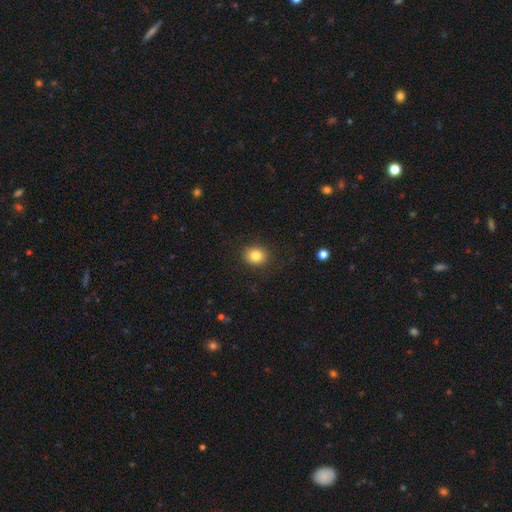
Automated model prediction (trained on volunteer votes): Smooth or featured? smooth (83%)
How rounded? round (71%)
Merging? none (89%)